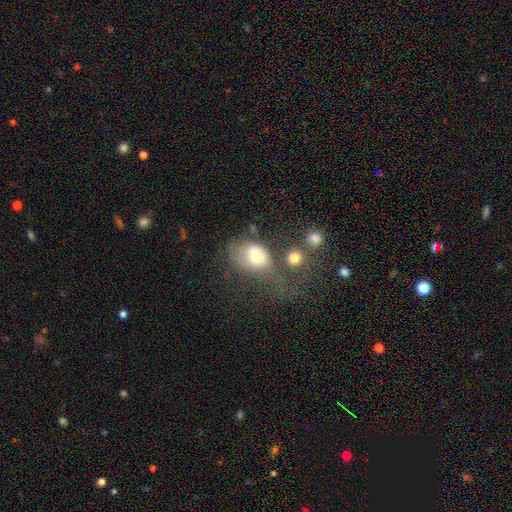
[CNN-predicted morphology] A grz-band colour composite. It shows a smooth galaxy with no disk features (72%) that is in between round and cigar-shaped (70%). Merging: major disturbance (37%).